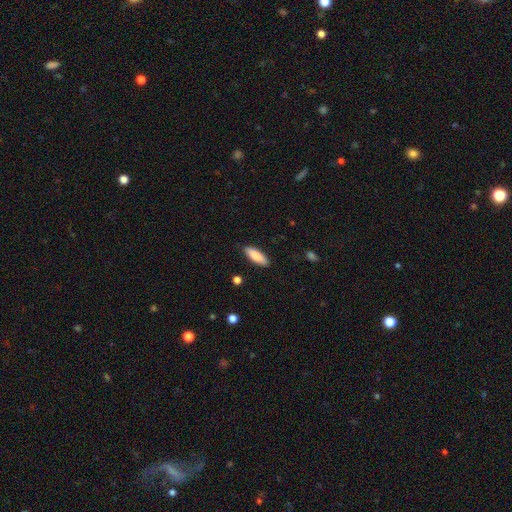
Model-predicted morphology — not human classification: Overall: smooth (86%). How rounded: in between (60%; cigar-shaped 38%). Merging: none (87%).